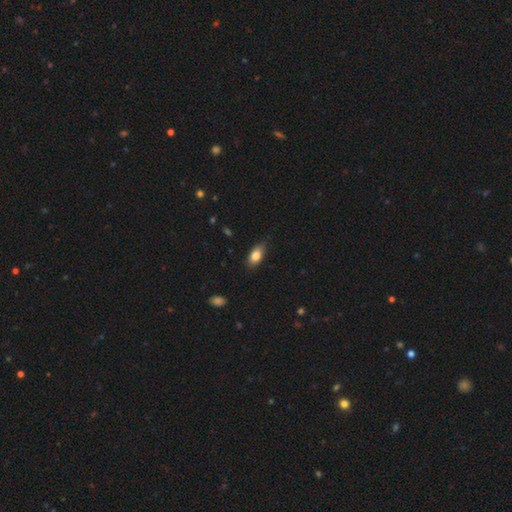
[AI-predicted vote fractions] Q: Smooth or featured?
A: smooth (81%); runner-up: featured or disk (12%)
Q: How rounded?
A: in between (87%); runner-up: cigar-shaped (7%)
Q: Merging?
A: none (78%); runner-up: minor disturbance (18%)